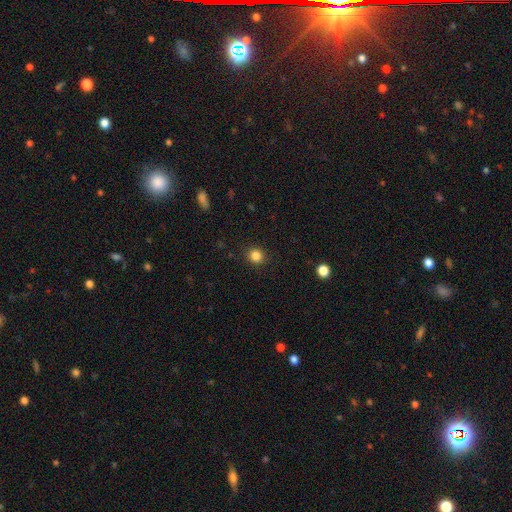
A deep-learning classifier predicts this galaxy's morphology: smooth-or-featured: smooth: 84% | star or artifact: 12% | featured or disk: 4%
  how-rounded: round: 89% | in between: 10% | cigar-shaped: 1%
  merging: none: 91% | minor disturbance: 6% | major disturbance: 2% | merger: 1%